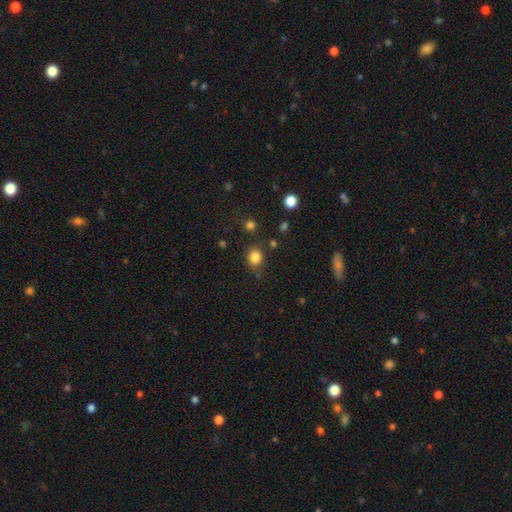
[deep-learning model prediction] Overall: smooth (84%). How rounded: round (71%). Merging: none (80%).